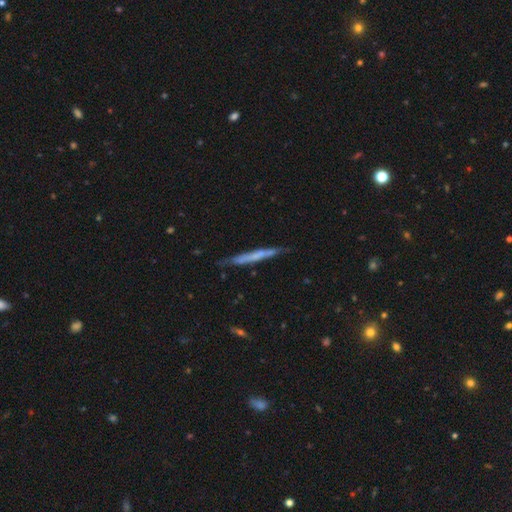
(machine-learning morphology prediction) smooth_or_featured: featured or disk (p=0.48) [alt: smooth p=0.46]
merging: none (p=0.78) [alt: minor disturbance p=0.17]